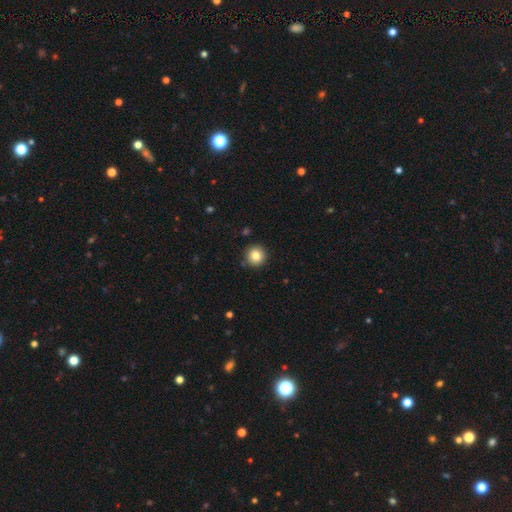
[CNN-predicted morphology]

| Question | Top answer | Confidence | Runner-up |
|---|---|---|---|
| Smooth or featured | smooth | 83% | star or artifact (10%) |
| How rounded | round | 94% | in between (5%) |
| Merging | none | 91% | minor disturbance (6%) |